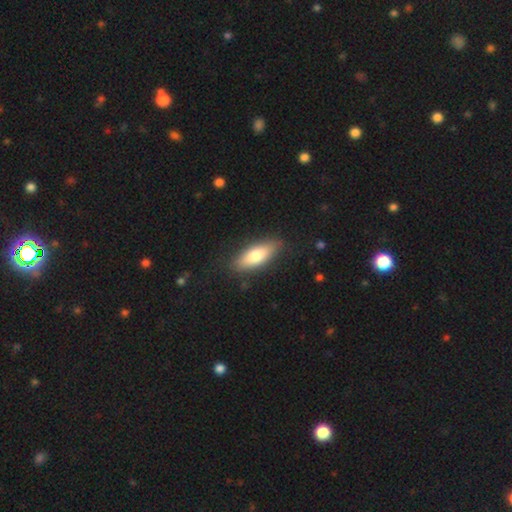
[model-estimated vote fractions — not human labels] Morphology: type=smooth (75%); roundness=in between (68%); merging=none (85%).